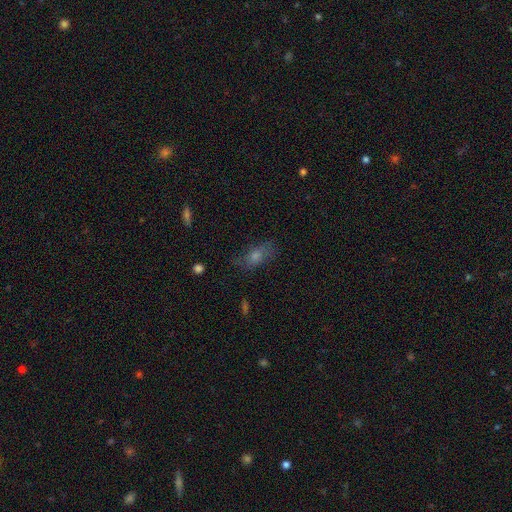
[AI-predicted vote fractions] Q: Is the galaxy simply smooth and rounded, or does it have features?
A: smooth — 51%.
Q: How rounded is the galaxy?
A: in between — 73%.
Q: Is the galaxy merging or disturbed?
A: none — 72%.